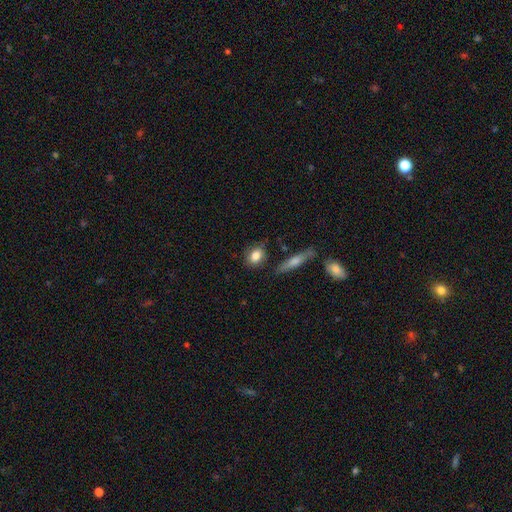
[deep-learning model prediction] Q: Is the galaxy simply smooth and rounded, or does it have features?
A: smooth — 82%.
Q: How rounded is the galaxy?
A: in between — 53%.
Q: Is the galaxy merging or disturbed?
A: none — 76%.